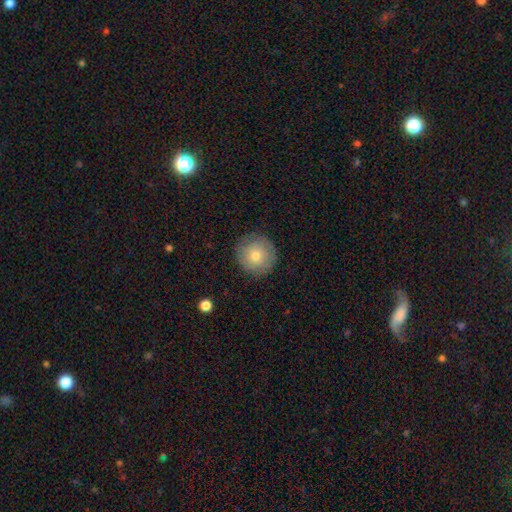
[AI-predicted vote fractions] This is likely a smooth galaxy (73%). How rounded: clearly round (95%). Merging: clearly none (88%).